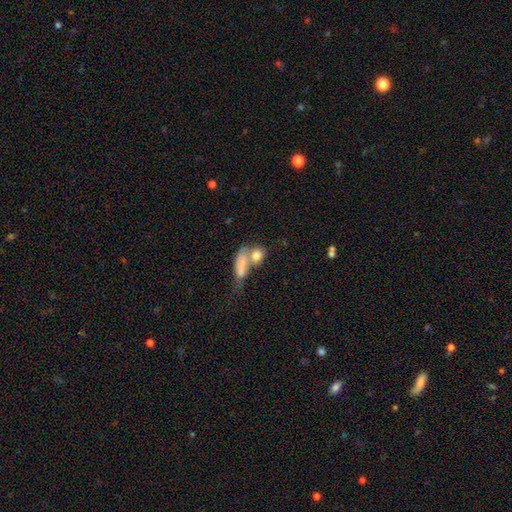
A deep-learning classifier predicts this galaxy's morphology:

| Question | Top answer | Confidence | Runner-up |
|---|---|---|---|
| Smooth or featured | smooth | 78% | featured or disk (14%) |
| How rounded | in between | 50% | round (42%) |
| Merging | merger | 54% | none (28%) |